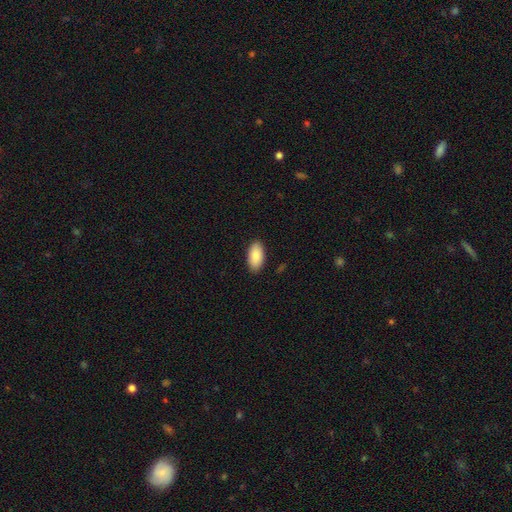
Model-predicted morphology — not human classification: This is clearly a smooth galaxy (90%). How rounded: clearly in between (95%). Merging: clearly none (89%).